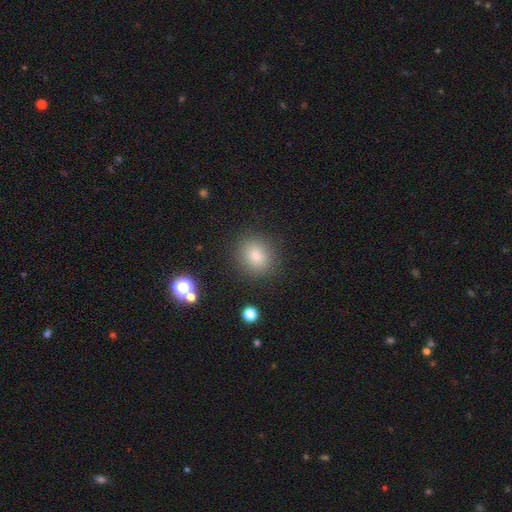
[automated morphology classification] Smooth or featured? smooth (80%)
How rounded? round (75%)
Merging? none (88%)